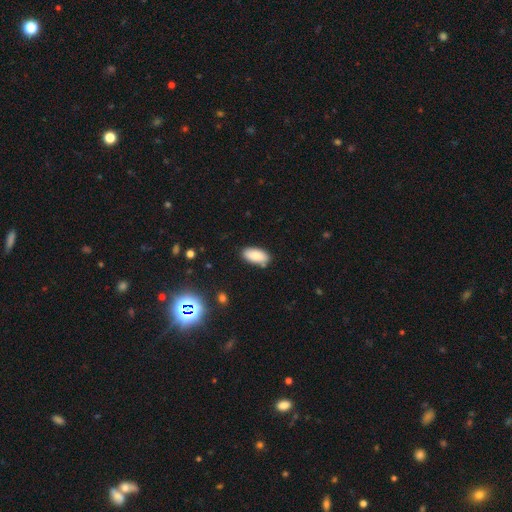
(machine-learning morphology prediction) A smooth galaxy with no disk features (86%) that is in between round and cigar-shaped (91%). Merging: none (83%).